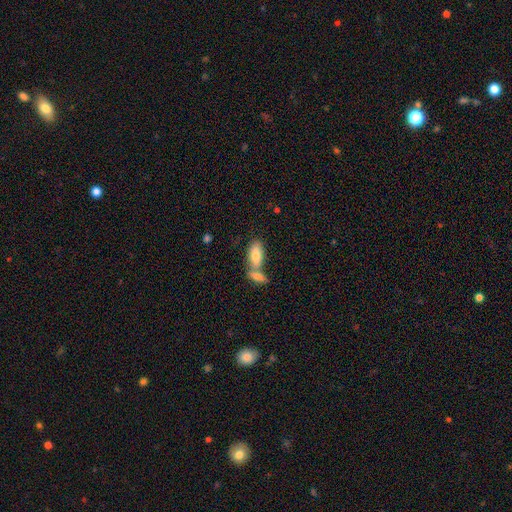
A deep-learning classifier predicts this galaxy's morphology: smooth_or_featured: smooth (p=0.78) [alt: featured or disk p=0.15]
how_rounded: in between (p=0.85) [alt: cigar-shaped p=0.13]
merging: merger (p=0.52) [alt: none p=0.36]